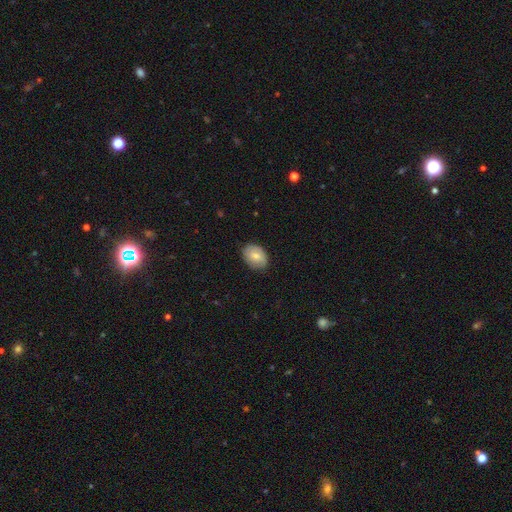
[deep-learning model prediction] Smooth or featured: smooth — 72% (featured or disk — 21%)
How rounded: in between — 76% (round — 23%)
Merging: none — 81% (minor disturbance — 15%)